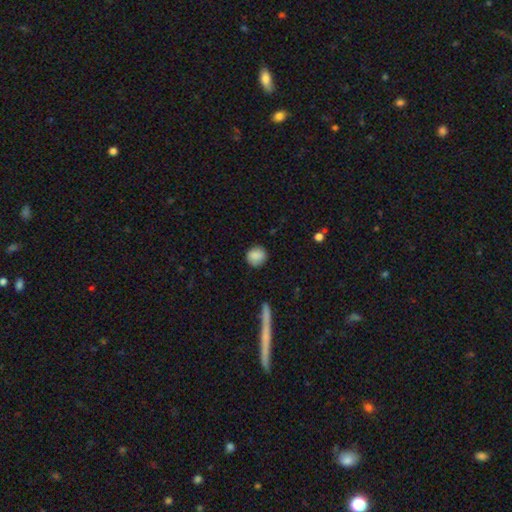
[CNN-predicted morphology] A smooth galaxy with no disk features (87%) that is round (83%).

Vote fractions:
- Smooth or featured? smooth: 87% / star or artifact: 8% / featured or disk: 6%
- How rounded? round: 83% / in between: 15% / cigar-shaped: 1%
- Merging? none: 86% / minor disturbance: 10% / major disturbance: 3% / merger: 1%